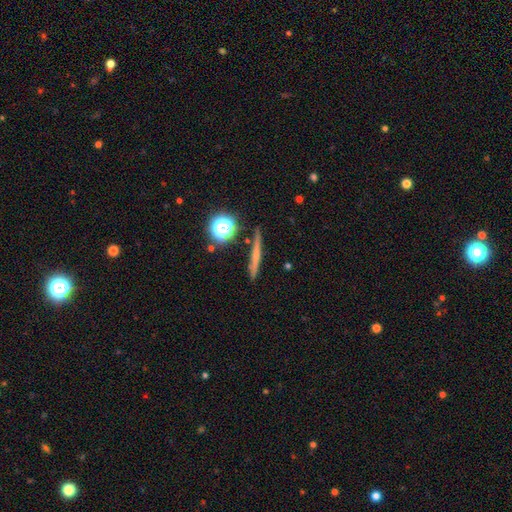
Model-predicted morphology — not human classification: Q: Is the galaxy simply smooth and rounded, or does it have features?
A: smooth — 52%.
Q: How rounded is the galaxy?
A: cigar-shaped — 85%.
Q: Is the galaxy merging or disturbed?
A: none — 88%.